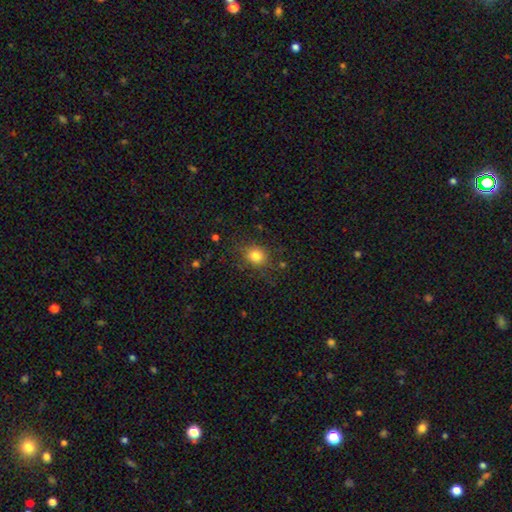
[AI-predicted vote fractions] smooth-or-featured: smooth: 80% | star or artifact: 13% | featured or disk: 7%
  how-rounded: round: 76% | in between: 23% | cigar-shaped: 1%
  merging: none: 80% | minor disturbance: 13% | major disturbance: 5% | merger: 2%